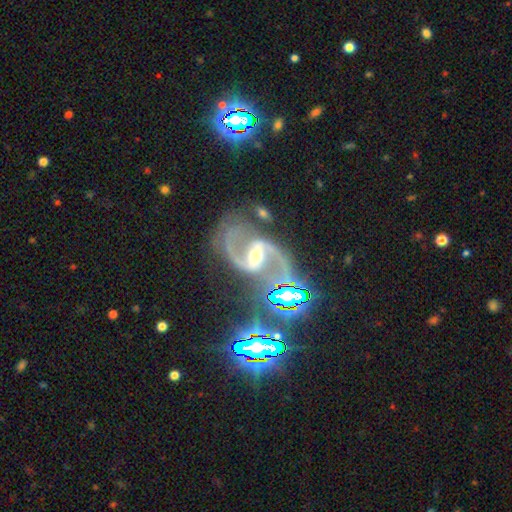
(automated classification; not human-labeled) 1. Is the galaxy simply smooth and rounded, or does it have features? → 91% featured or disk, 6% star or artifact, 3% smooth.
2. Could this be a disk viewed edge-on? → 98% no, 2% yes.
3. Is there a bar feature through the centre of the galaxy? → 54% strong, 31% weak, 15% no.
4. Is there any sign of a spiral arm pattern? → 98% yes, 2% no.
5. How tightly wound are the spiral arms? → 51% medium, 40% loose, 9% tight.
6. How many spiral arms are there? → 94% 2, 1% can't tell, 1% 1, 1% 3, 1% 4, 1% more than 4.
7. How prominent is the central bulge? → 66% moderate, 26% small, 5% large, 1% none, 1% dominant.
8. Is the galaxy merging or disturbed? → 68% none, 16% minor disturbance, 10% major disturbance, 6% merger.